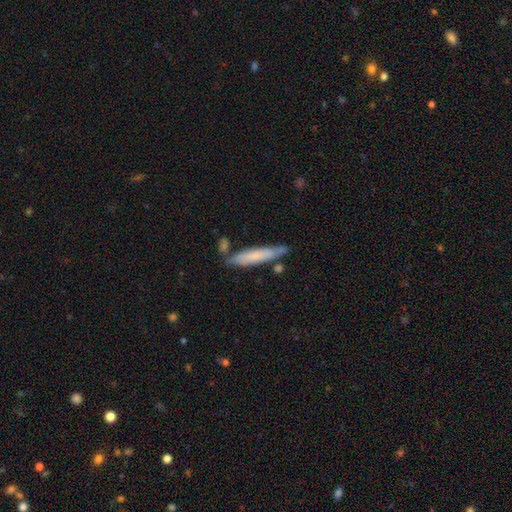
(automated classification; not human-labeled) Smooth or featured? Predicted: smooth (p=0.68). How rounded? Predicted: cigar-shaped (p=0.90). Merging? Predicted: none (p=0.72).